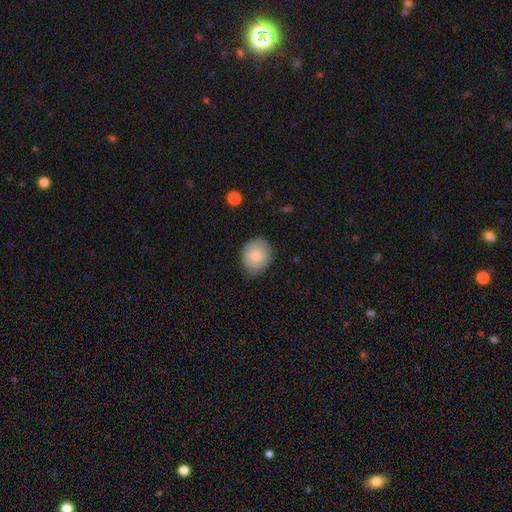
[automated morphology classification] Overall: smooth (71%). How rounded: round (76%). Merging: none (69%).